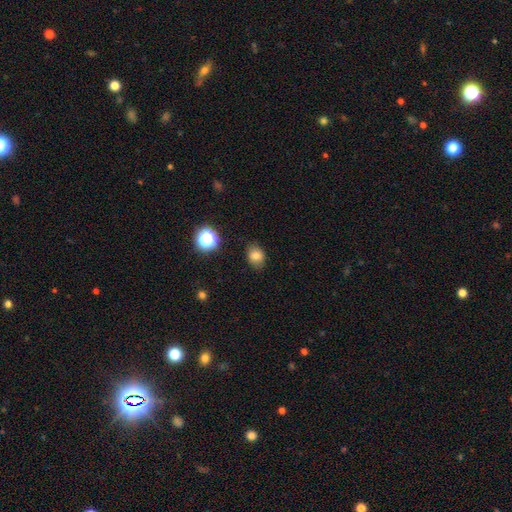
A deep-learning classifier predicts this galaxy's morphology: The model was most divided on "how rounded": in between: 56%, round: 43%, cigar-shaped: 1%. More confident: merging — none (83%); smooth or featured — smooth (79%).